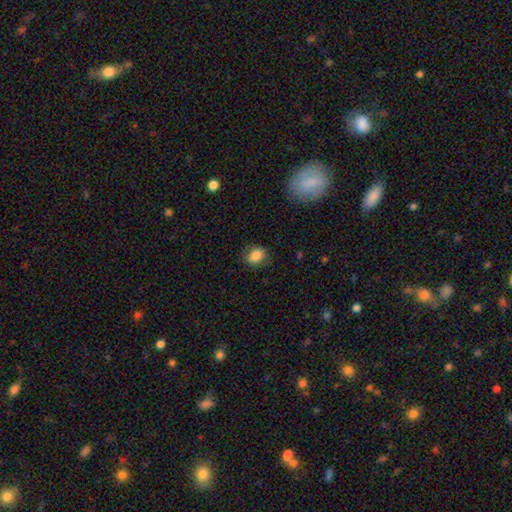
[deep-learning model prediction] Overall: smooth (84%). How rounded: round (50%; in between 49%). Merging: none (79%).